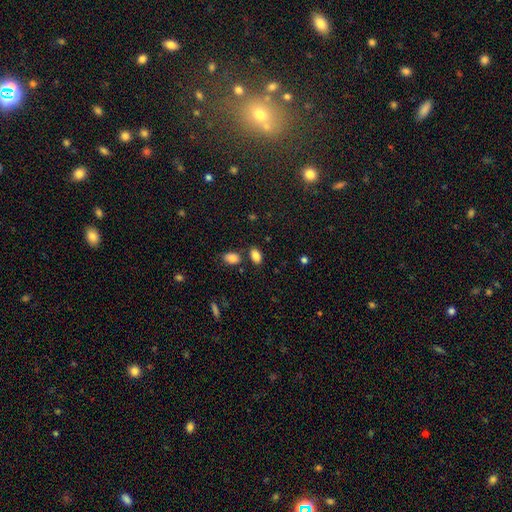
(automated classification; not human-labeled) A smooth galaxy with no disk features (85%) that is in between round and cigar-shaped (90%). Merging: none (73%).